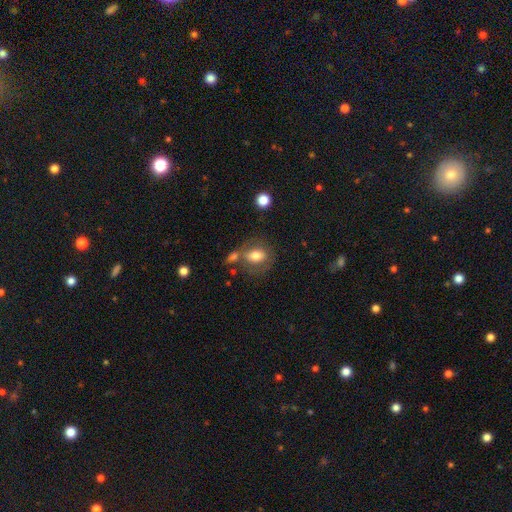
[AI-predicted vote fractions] smooth_or_featured: smooth (p=0.71) [alt: featured or disk p=0.20]
how_rounded: in between (p=0.62) [alt: round p=0.36]
merging: none (p=0.56) [alt: merger p=0.20]